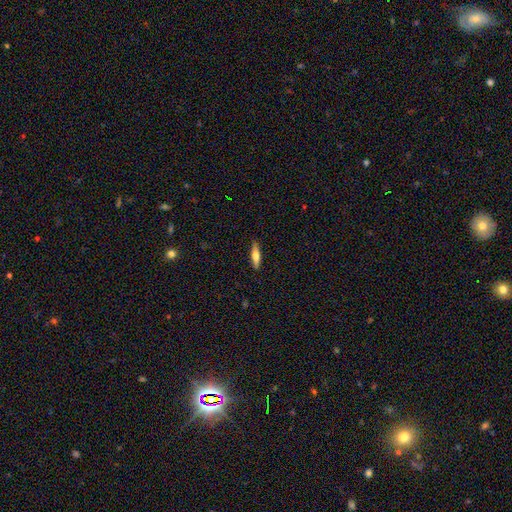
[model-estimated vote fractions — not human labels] A smooth galaxy with no disk features (52%) that is cigar-shaped (73%). Merging: none (89%).